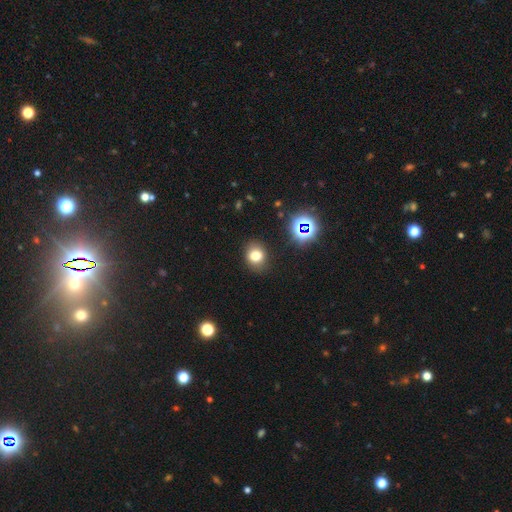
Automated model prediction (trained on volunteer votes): Smooth or featured: smooth — 75% (star or artifact — 17%)
How rounded: round — 59% (in between — 40%)
Merging: none — 84% (minor disturbance — 11%)